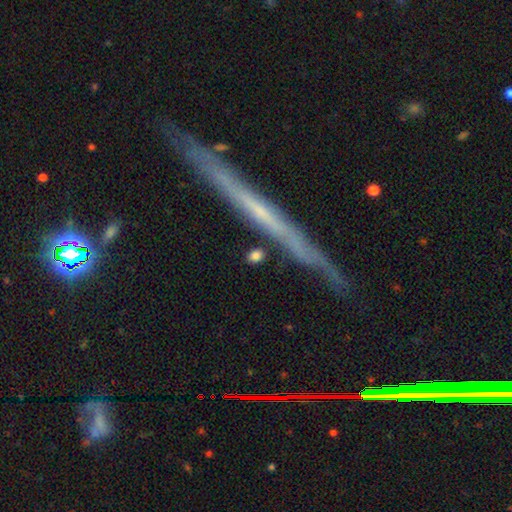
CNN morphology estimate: smooth_or_featured: smooth (p=0.79) [alt: featured or disk p=0.13]
how_rounded: in between (p=0.46) [alt: round p=0.35]
merging: none (p=0.81) [alt: minor disturbance p=0.10]